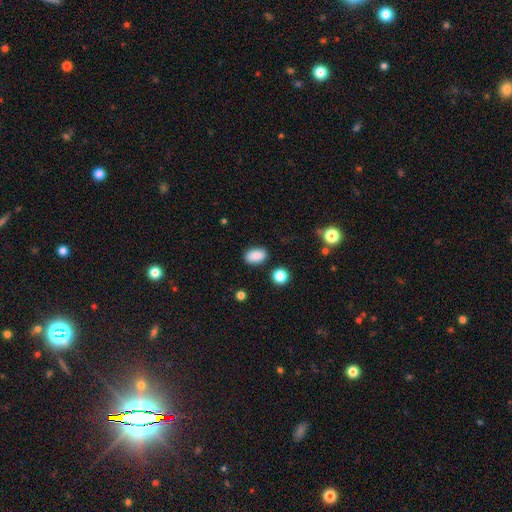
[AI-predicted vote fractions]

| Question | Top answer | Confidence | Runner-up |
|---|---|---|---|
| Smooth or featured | smooth | 88% | star or artifact (9%) |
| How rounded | in between | 88% | round (11%) |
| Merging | none | 86% | minor disturbance (9%) |